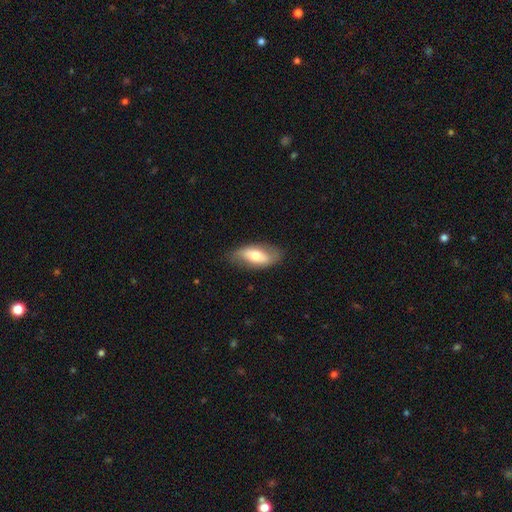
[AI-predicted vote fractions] Q: Smooth or featured?
A: smooth (57%); runner-up: featured or disk (37%)
Q: How rounded?
A: in between (86%); runner-up: cigar-shaped (10%)
Q: Merging?
A: none (76%); runner-up: minor disturbance (18%)